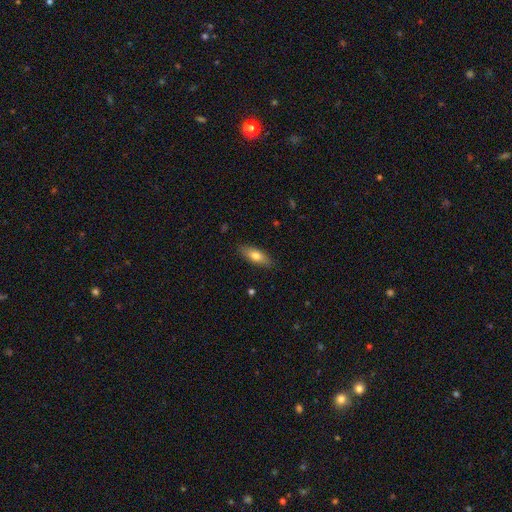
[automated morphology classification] Smooth or featured? smooth (73%)
How rounded? in between (67%)
Merging? none (87%)